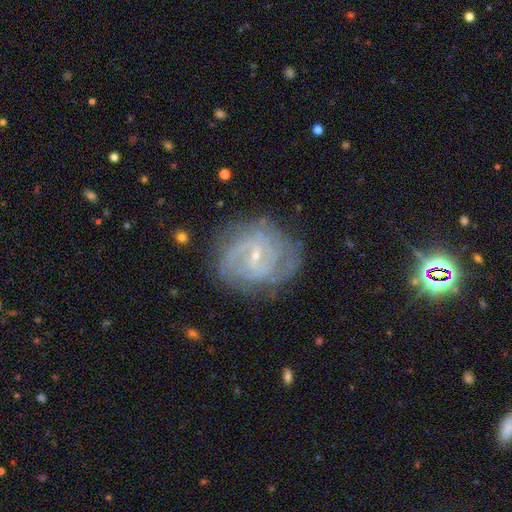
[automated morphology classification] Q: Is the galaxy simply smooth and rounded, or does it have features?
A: featured or disk — 85%.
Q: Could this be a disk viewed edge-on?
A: no — 97%.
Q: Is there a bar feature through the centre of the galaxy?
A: weak — 54%.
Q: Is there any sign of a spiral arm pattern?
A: yes — 94%.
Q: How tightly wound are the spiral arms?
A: tight — 59%.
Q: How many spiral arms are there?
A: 2 — 39%.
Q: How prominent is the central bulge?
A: small — 79%.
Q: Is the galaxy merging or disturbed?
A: none — 75%.